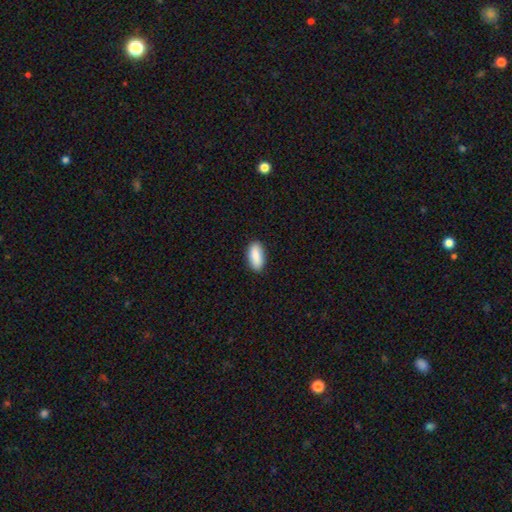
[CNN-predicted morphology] Smooth or featured?
  - smooth: 88% *
  - star or artifact: 6%
  - featured or disk: 6%
How rounded?
  - in between: 88% *
  - cigar-shaped: 9%
  - round: 2%
Merging?
  - none: 88% *
  - minor disturbance: 9%
  - major disturbance: 2%
  - merger: 1%